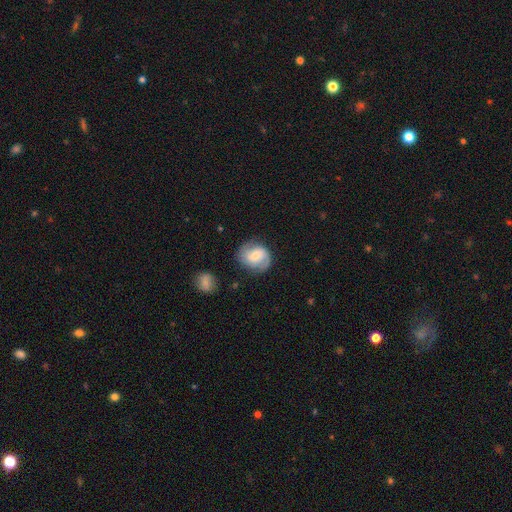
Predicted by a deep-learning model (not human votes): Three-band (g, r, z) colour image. It shows a featured or disk galaxy (62%) with a weak bar (49%), 2 (79%) medium (47%) spiral arms (91%) and a small central bulge (45%). Merging: none (73%).